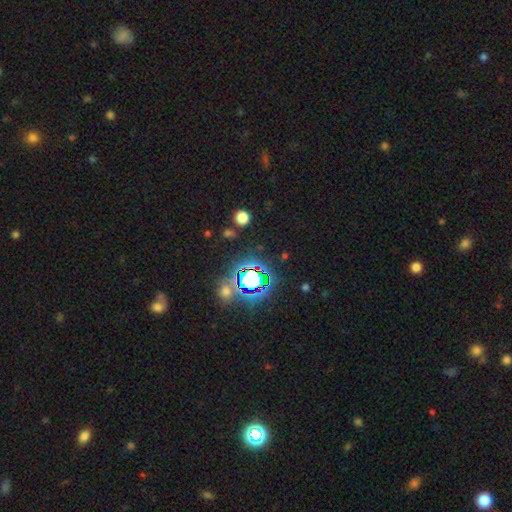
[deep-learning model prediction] smooth-or-featured: star or artifact: 80% | smooth: 13% | featured or disk: 7%